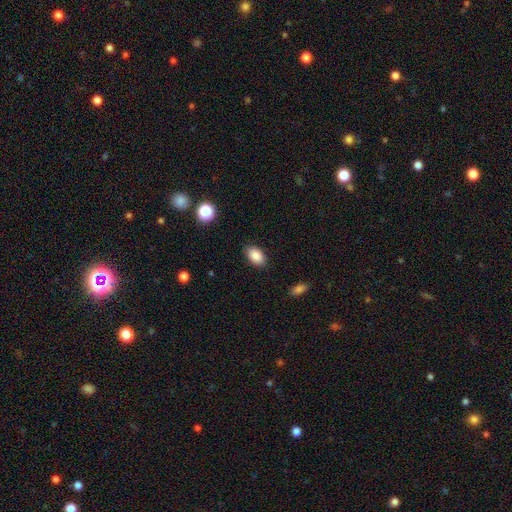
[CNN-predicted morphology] The model was most divided on "merging": none: 87%, minor disturbance: 9%, major disturbance: 2%, merger: 1%. More confident: how rounded — in between (91%); smooth or featured — smooth (88%).